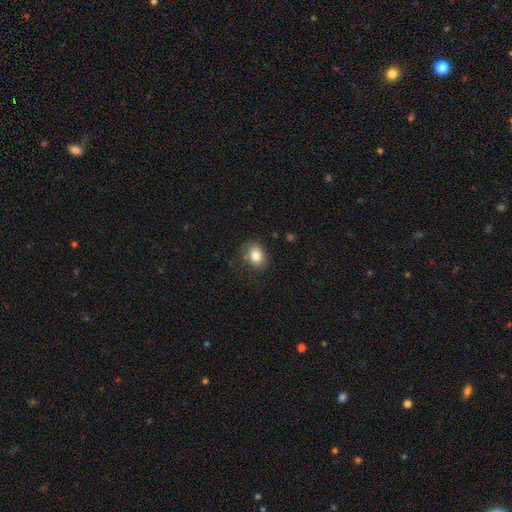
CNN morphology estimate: A smooth galaxy with no disk features (83%) that is in between round and cigar-shaped (64%).

Vote fractions:
- Smooth or featured? smooth: 83% / star or artifact: 9% / featured or disk: 8%
- How rounded? in between: 64% / round: 35% / cigar-shaped: 1%
- Merging? none: 76% / minor disturbance: 17% / major disturbance: 5% / merger: 2%